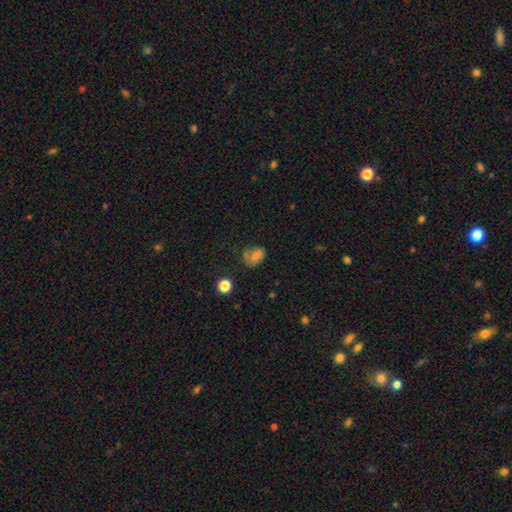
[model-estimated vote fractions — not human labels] Smooth or featured: smooth — 61% (featured or disk — 22%)
How rounded: in between — 60% (round — 39%)
Merging: none — 48% (minor disturbance — 29%)